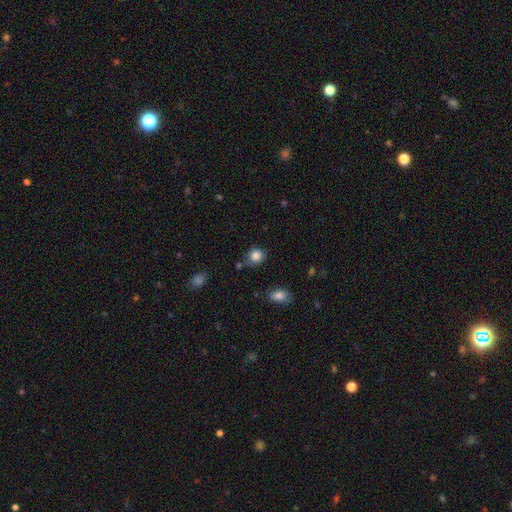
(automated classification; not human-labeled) Q: Smooth or featured?
A: smooth (84%); runner-up: star or artifact (10%)
Q: How rounded?
A: round (78%); runner-up: in between (21%)
Q: Merging?
A: none (72%); runner-up: minor disturbance (18%)